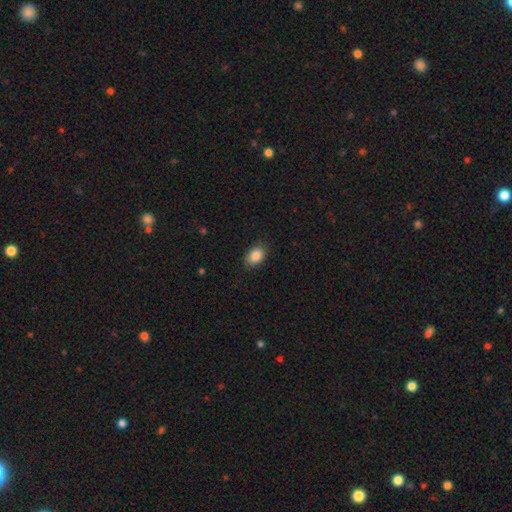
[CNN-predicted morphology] The model was most divided on "how rounded": in between: 80%, round: 19%, cigar-shaped: 1%. More confident: smooth or featured — smooth (87%); merging — none (85%).